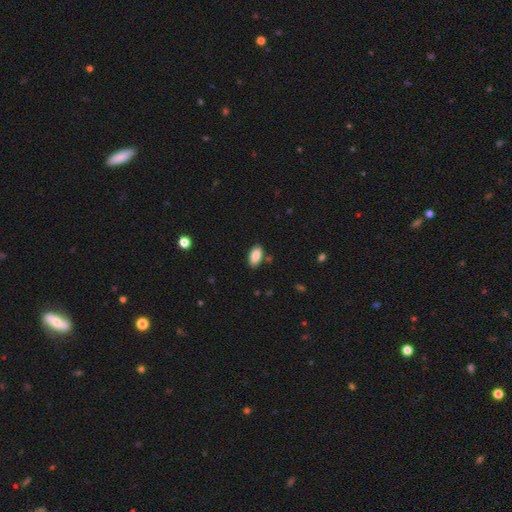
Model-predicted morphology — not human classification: This appears to be a smooth galaxy with no disk features (87%) that is in between round and cigar-shaped (93%). Merging: none (84%).